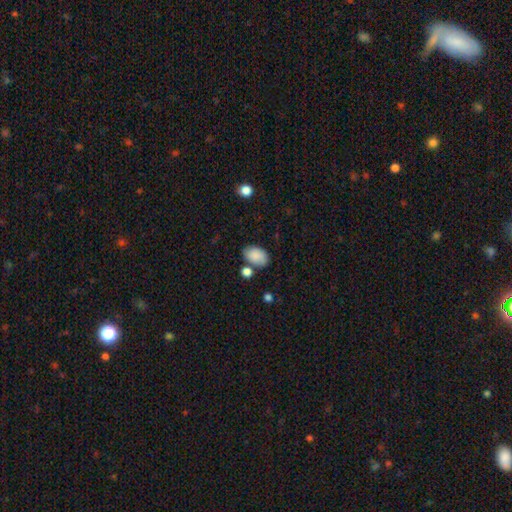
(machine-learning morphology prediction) Smooth or featured?
  - smooth: 86% *
  - star or artifact: 8%
  - featured or disk: 7%
How rounded?
  - in between: 88% *
  - round: 11%
  - cigar-shaped: 1%
Merging?
  - none: 65% *
  - minor disturbance: 17%
  - merger: 13%
  - major disturbance: 5%